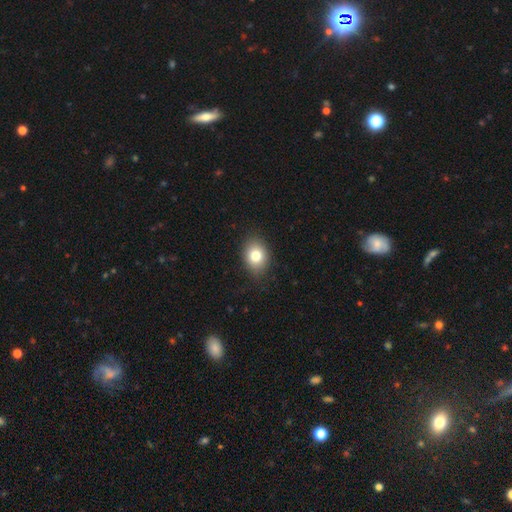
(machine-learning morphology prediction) This is likely a smooth galaxy (79%). How rounded: possibly in between (56%). Merging: clearly none (85%).